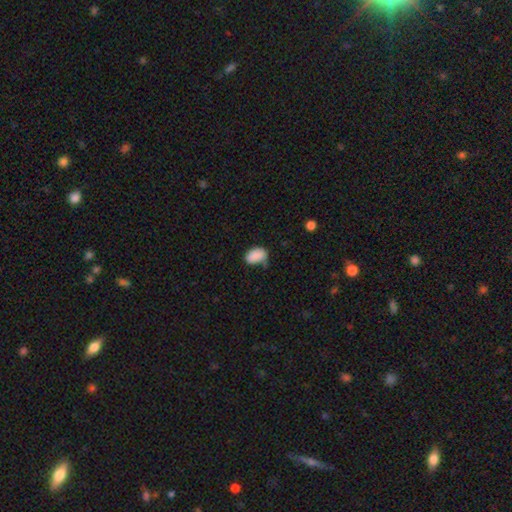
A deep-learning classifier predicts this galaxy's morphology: Q: Smooth or featured?
A: smooth (87%); runner-up: star or artifact (8%)
Q: How rounded?
A: in between (89%); runner-up: round (10%)
Q: Merging?
A: none (55%); runner-up: minor disturbance (31%)